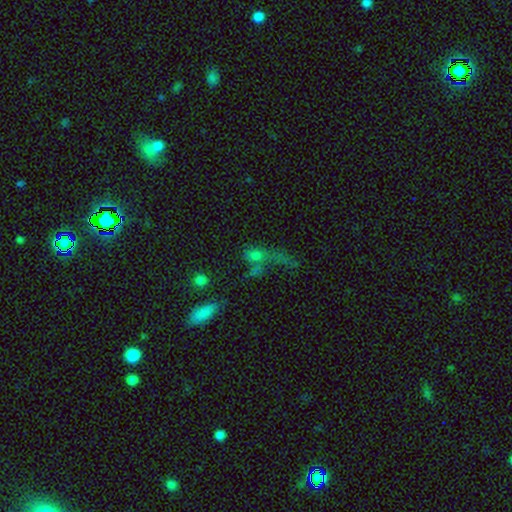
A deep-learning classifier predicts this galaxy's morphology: type=smooth (57%); roundness=in between (55%); merging=merger (39%).